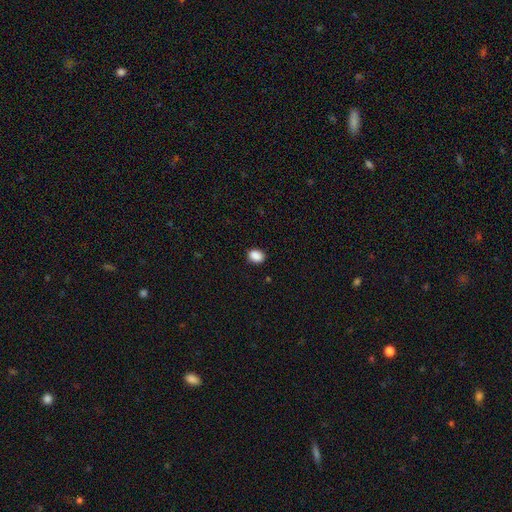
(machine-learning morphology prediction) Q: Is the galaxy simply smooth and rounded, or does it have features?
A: smooth — 88%.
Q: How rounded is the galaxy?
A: in between — 57%.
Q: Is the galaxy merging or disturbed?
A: none — 87%.